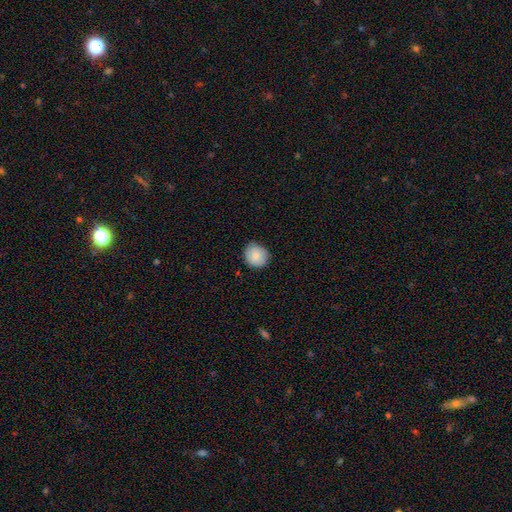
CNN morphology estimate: A smooth galaxy with no disk features (87%) that is round (84%).

Vote fractions:
- Smooth or featured? smooth: 87% / star or artifact: 7% / featured or disk: 6%
- How rounded? round: 84% / in between: 15% / cigar-shaped: 1%
- Merging? none: 81% / minor disturbance: 16% / major disturbance: 2% / merger: 1%